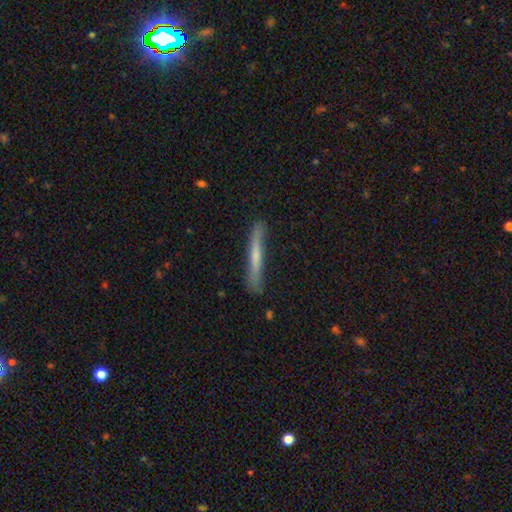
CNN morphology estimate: smooth 54%, featured or disk 40%, star or artifact 6%. Down the decision tree: how rounded — cigar-shaped (96%); merging — none (81%).